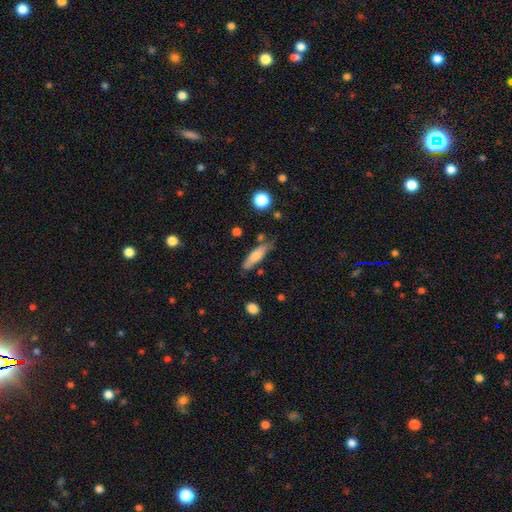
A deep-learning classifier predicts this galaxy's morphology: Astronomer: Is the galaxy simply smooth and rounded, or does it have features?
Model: smooth — 71%.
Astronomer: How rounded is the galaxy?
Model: cigar-shaped — 66%.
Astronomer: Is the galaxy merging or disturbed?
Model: none — 65%.